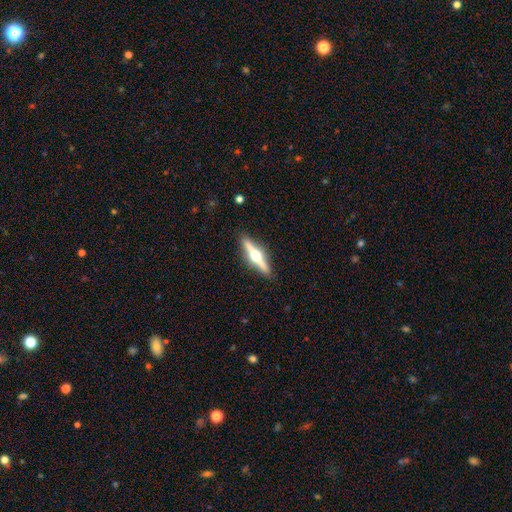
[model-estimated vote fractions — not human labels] Overall: featured or disk (79%). Edge-on disk: yes (98%). Edge-on bulge: rounded (97%). Merging: none (90%).